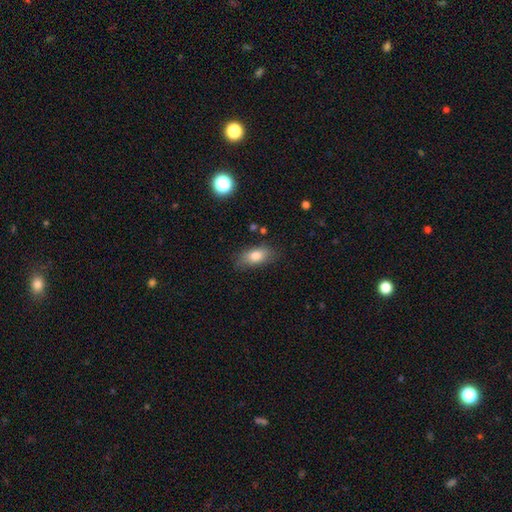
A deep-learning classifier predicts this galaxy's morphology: Smooth or featured? smooth (79%)
How rounded? in between (85%)
Merging? none (77%)